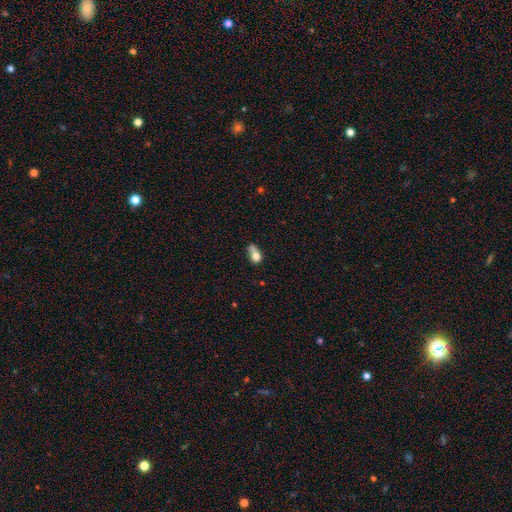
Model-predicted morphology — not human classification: A smooth galaxy with no disk features (73%) that is in between round and cigar-shaped (59%).

Vote fractions:
- Smooth or featured? smooth: 73% / featured or disk: 16% / star or artifact: 11%
- How rounded? in between: 59% / round: 37% / cigar-shaped: 4%
- Merging? merger: 34% / none: 26% / minor disturbance: 23% / major disturbance: 17%